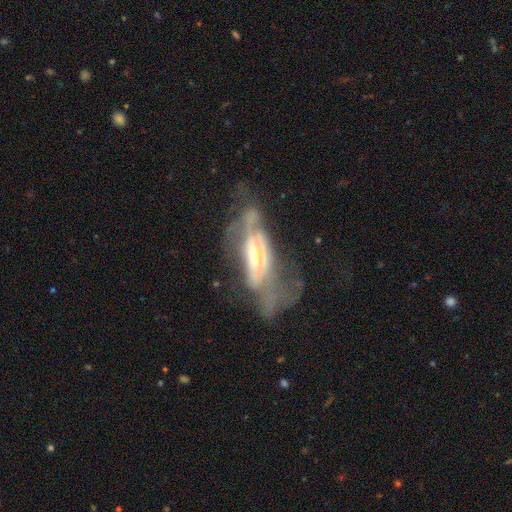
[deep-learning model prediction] smooth_or_featured: featured or disk (p=0.74) [alt: smooth p=0.18]
disk_edge_on: no (p=0.71) [alt: yes p=0.29]
bar: no (p=0.47) [alt: weak p=0.33]
has_spiral_arms: yes (p=0.59) [alt: no p=0.41]
bulge_size: moderate (p=0.46) [alt: small p=0.40]
merging: major disturbance (p=0.49) [alt: none p=0.25]